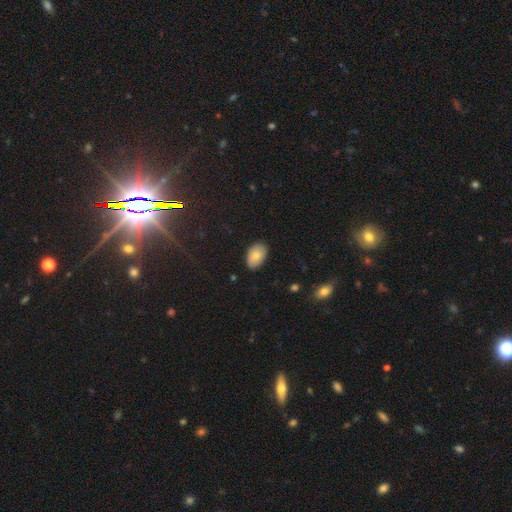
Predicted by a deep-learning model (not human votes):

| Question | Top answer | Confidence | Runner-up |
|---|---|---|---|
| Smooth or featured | smooth | 81% | featured or disk (11%) |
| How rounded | in between | 91% | round (7%) |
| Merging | none | 86% | minor disturbance (11%) |